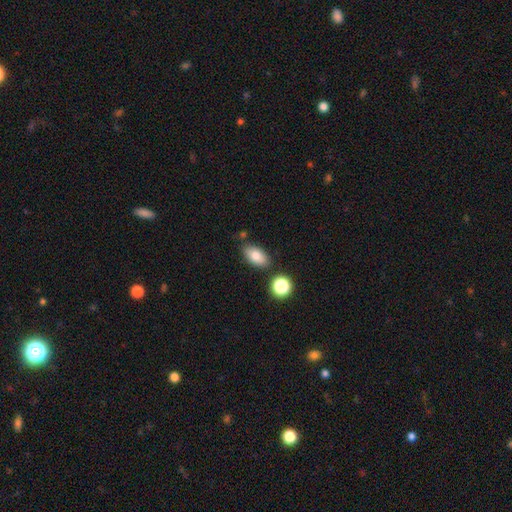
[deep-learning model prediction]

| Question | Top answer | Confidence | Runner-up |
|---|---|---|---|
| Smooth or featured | smooth | 81% | featured or disk (10%) |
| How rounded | in between | 90% | round (7%) |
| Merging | none | 78% | minor disturbance (13%) |